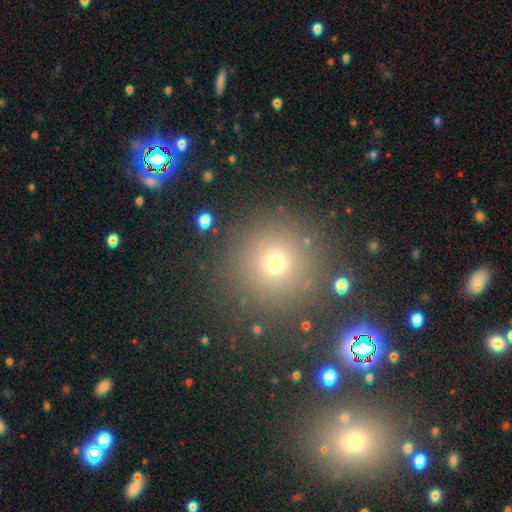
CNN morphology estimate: Smooth or featured: smooth — 58% (star or artifact — 33%)
How rounded: round — 96% (in between — 3%)
Merging: none — 88% (minor disturbance — 6%)